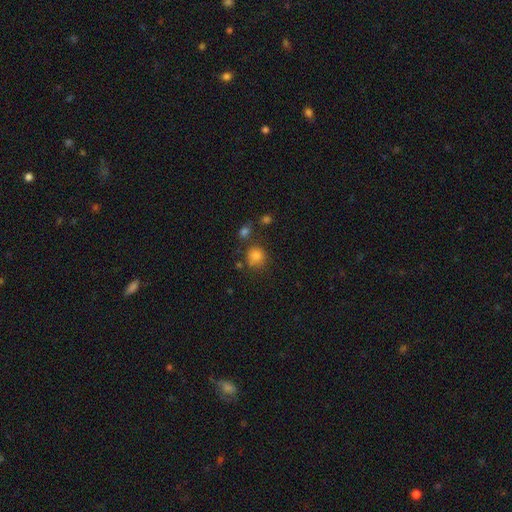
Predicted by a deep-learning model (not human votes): Smooth or featured?
  - smooth: 81% *
  - star or artifact: 12%
  - featured or disk: 7%
How rounded?
  - round: 86% *
  - in between: 13%
  - cigar-shaped: 1%
Merging?
  - none: 70% *
  - minor disturbance: 15%
  - merger: 11%
  - major disturbance: 5%